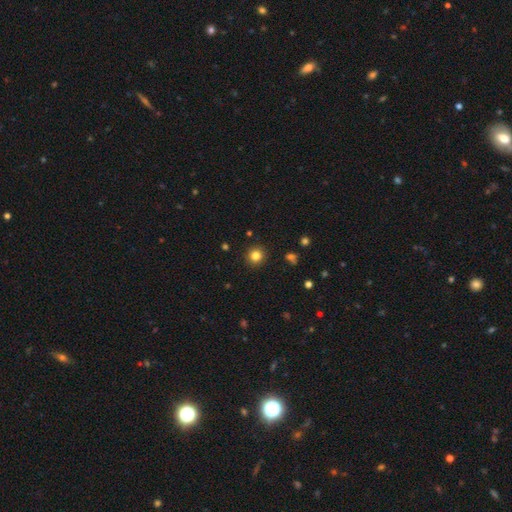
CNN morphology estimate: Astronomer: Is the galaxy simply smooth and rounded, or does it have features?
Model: smooth — 82%.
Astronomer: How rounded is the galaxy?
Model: round — 93%.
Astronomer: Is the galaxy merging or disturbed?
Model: none — 91%.